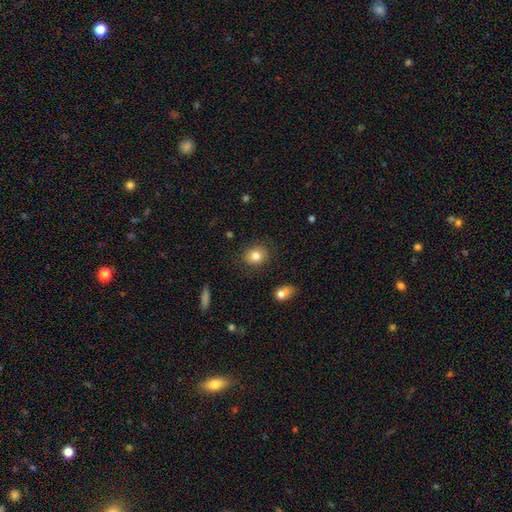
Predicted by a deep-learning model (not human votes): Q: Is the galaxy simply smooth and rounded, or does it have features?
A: smooth — 82%.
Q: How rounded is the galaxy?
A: round — 67%.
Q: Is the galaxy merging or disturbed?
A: none — 85%.